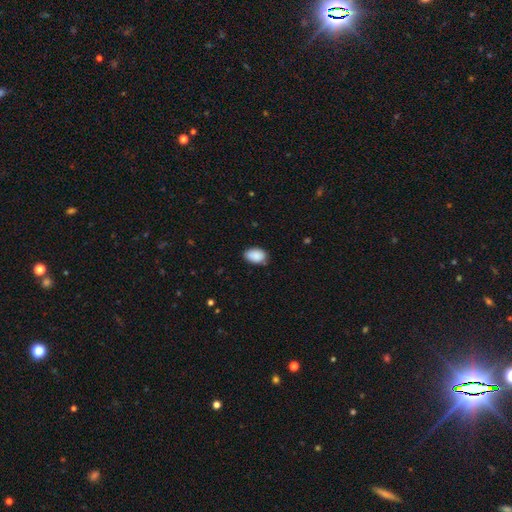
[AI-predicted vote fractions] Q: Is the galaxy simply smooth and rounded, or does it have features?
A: smooth — 89%.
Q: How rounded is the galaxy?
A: in between — 88%.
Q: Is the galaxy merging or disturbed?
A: none — 77%.